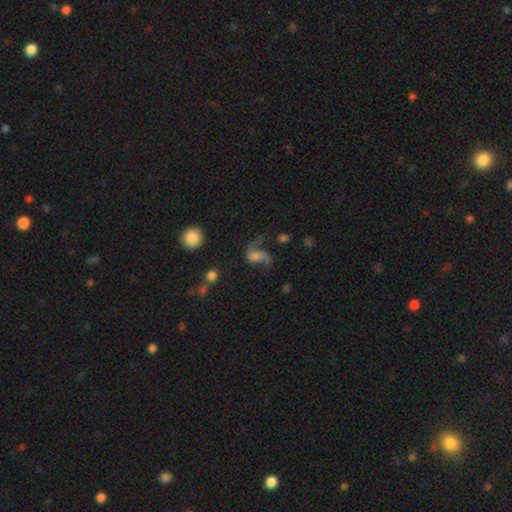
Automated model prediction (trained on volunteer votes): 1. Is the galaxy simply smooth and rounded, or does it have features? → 75% featured or disk, 15% smooth, 10% star or artifact.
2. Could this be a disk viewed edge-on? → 98% no, 2% yes.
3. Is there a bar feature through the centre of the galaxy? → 49% no, 37% weak, 14% strong.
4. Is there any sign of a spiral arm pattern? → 92% yes, 8% no.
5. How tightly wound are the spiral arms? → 79% loose, 18% medium, 3% tight.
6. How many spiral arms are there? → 82% 2, 11% 1, 2% can't tell, 2% 3, 1% 4, 1% more than 4.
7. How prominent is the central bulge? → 42% none, 27% small, 21% moderate, 9% large, 3% dominant.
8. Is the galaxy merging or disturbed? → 48% none, 29% major disturbance, 17% minor disturbance, 5% merger.